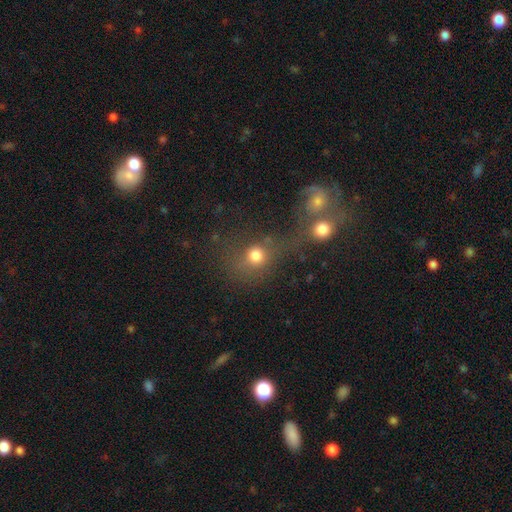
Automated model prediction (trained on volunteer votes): smooth 72%, star or artifact 16%, featured or disk 12%. Down the decision tree: how rounded — round (79%); merging — merger (41%).